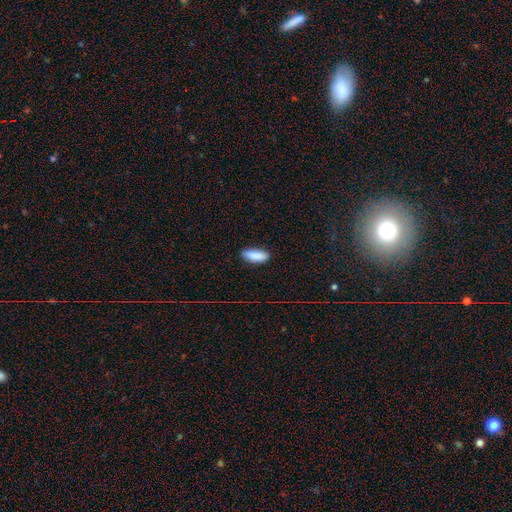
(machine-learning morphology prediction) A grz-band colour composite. It shows a smooth galaxy with no disk features (88%) that is in between round and cigar-shaped (72%). Merging: none (84%).